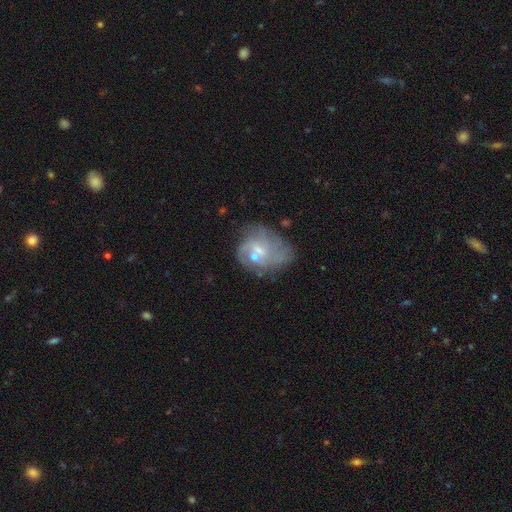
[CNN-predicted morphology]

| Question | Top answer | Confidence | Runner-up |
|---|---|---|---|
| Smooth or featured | featured or disk | 65% | smooth (24%) |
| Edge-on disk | no | 98% | yes (2%) |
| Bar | no | 65% | weak (30%) |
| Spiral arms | yes | 68% | no (32%) |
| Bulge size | small | 54% | moderate (33%) |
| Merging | none | 39% | major disturbance (23%) |